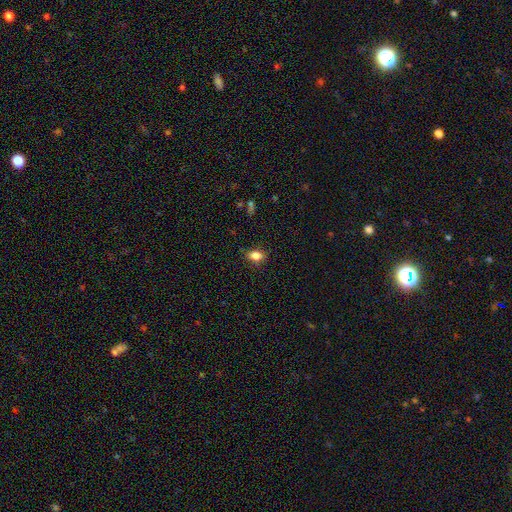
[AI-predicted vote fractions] smooth 83%, star or artifact 10%, featured or disk 7%. Down the decision tree: how rounded — in between (79%); merging — none (83%).